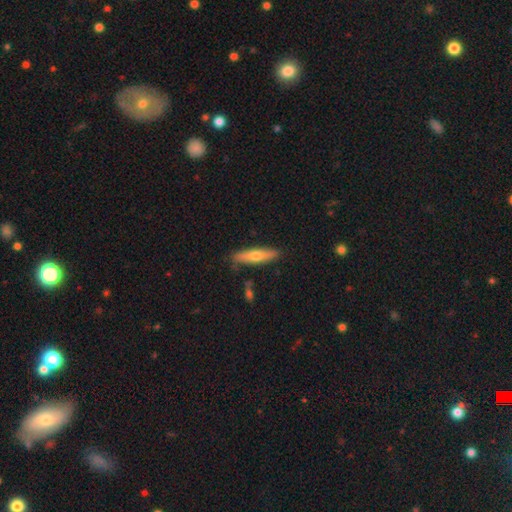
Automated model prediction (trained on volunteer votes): Morphology: type=smooth (52%); roundness=cigar-shaped (81%); merging=none (86%).